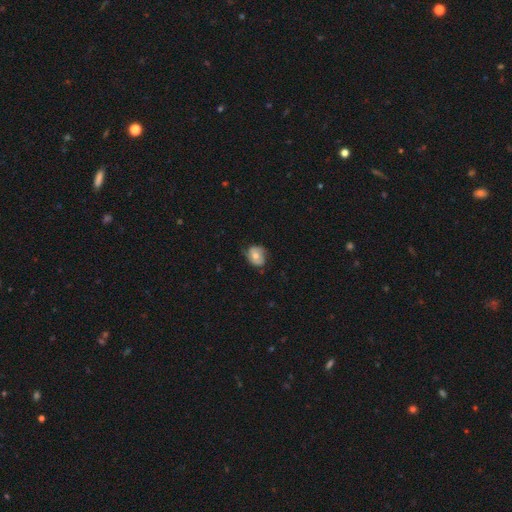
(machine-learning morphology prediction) type=smooth (58%); roundness=round (57%); merging=none (60%).